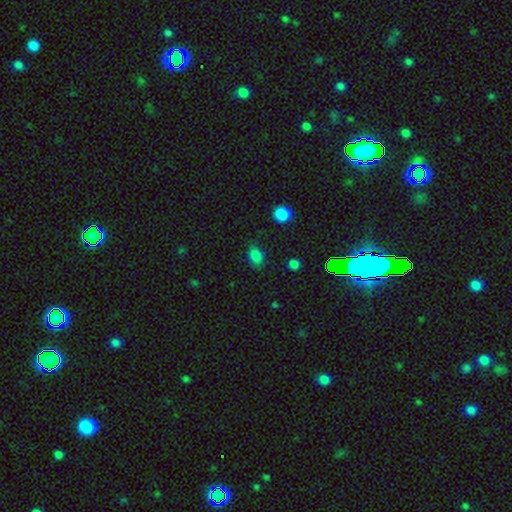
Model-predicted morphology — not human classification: Q: Smooth or featured?
A: smooth (82%); runner-up: star or artifact (13%)
Q: How rounded?
A: in between (68%); runner-up: round (31%)
Q: Merging?
A: none (79%); runner-up: minor disturbance (15%)